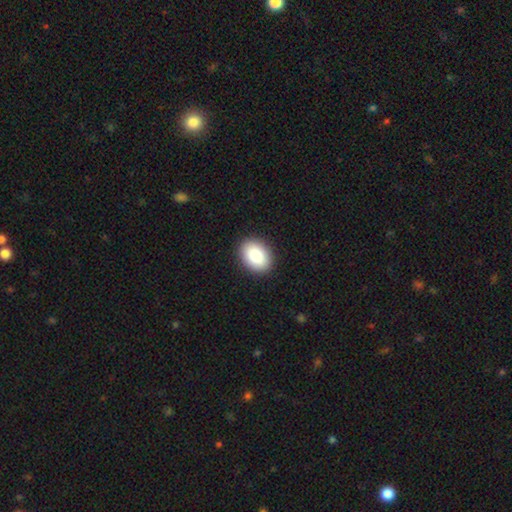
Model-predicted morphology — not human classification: This is clearly a smooth galaxy (86%). How rounded: likely in between (72%). Merging: clearly none (91%).